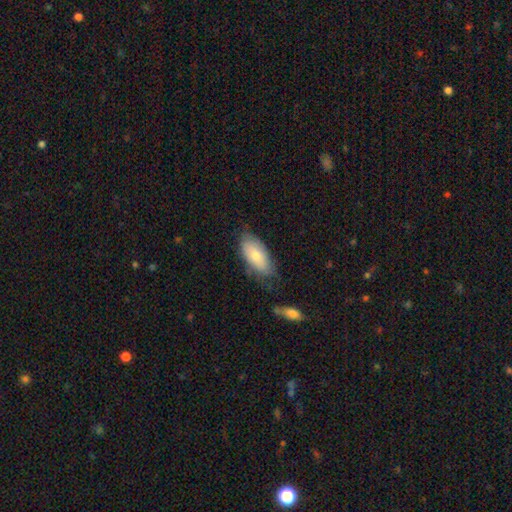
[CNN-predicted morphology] A smooth galaxy with no disk features (71%) that is in between round and cigar-shaped (90%).

Vote fractions:
- Smooth or featured? smooth: 71% / featured or disk: 23% / star or artifact: 6%
- How rounded? in between: 90% / cigar-shaped: 7% / round: 3%
- Merging? none: 66% / minor disturbance: 25% / major disturbance: 6% / merger: 3%